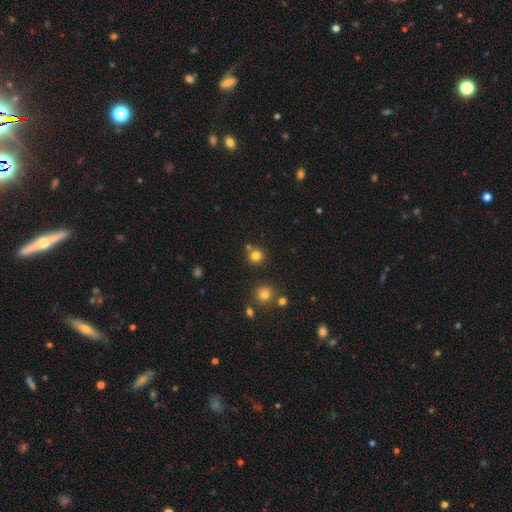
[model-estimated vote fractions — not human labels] Overall: smooth (79%). How rounded: round (92%). Merging: none (78%).